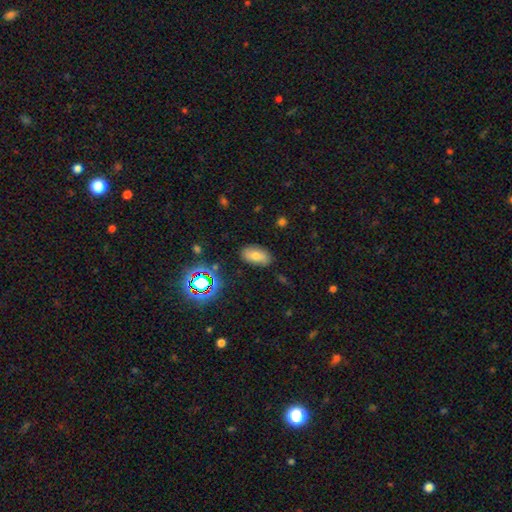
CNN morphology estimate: smooth_or_featured: smooth (p=0.71) [alt: star or artifact p=0.14]
how_rounded: in between (p=0.91) [alt: round p=0.05]
merging: none (p=0.83) [alt: minor disturbance p=0.13]